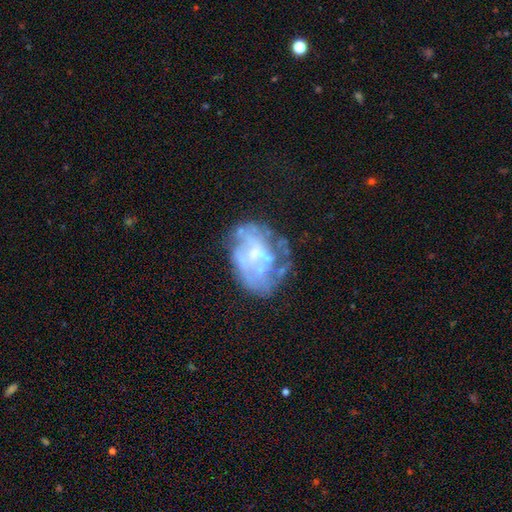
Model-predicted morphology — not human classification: smooth_or_featured: featured or disk (p=0.70) [alt: smooth p=0.20]
disk_edge_on: no (p=0.98) [alt: yes p=0.02]
bar: no (p=0.77) [alt: weak p=0.18]
has_spiral_arms: no (p=0.69) [alt: yes p=0.31]
bulge_size: small (p=0.39) [alt: none p=0.36]
merging: none (p=0.43) [alt: major disturbance p=0.23]